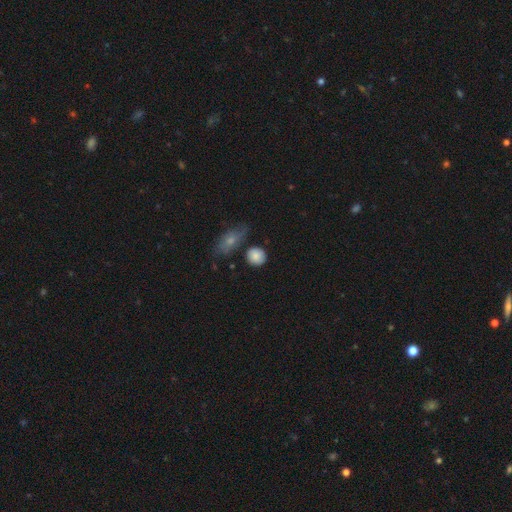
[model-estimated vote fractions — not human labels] The model was most divided on "merging": none: 73%, minor disturbance: 16%, merger: 6%, major disturbance: 4%. More confident: how rounded — round (86%); smooth or featured — smooth (84%).